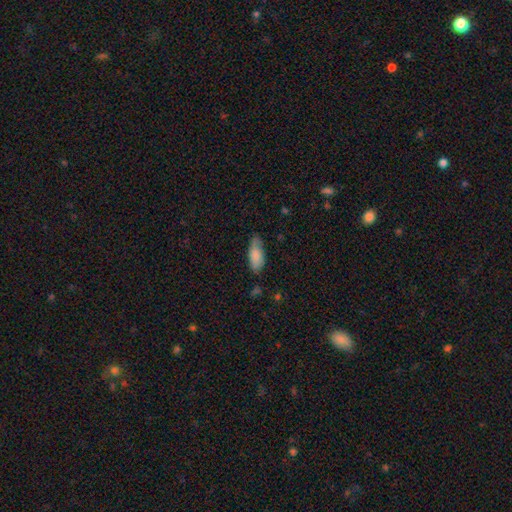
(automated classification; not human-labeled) This is clearly a smooth galaxy (82%). How rounded: likely in between (80%). Merging: likely none (70%).